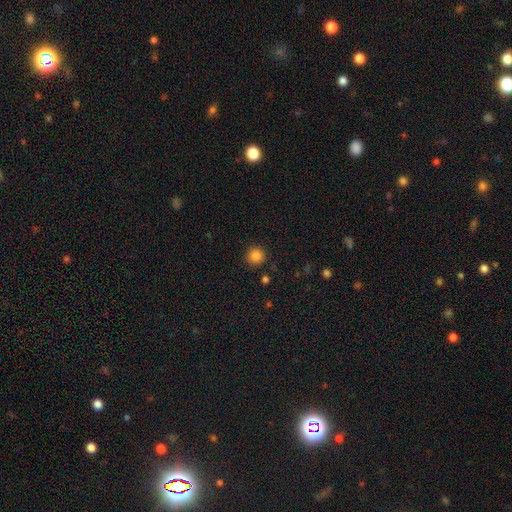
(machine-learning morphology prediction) smooth_or_featured: smooth (p=0.85) [alt: star or artifact p=0.11]
how_rounded: round (p=0.94) [alt: in between p=0.05]
merging: none (p=0.90) [alt: minor disturbance p=0.06]